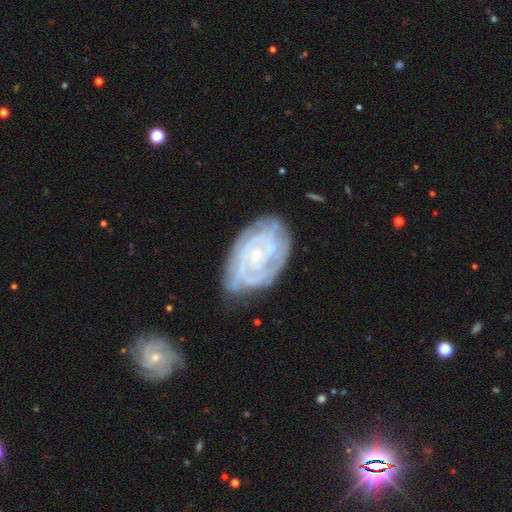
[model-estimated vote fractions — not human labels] This appears to be a featured or disk galaxy (84%) with no bar (69%), tight (77%) spiral arms (95%) and a small central bulge (79%). Merging: none (66%).